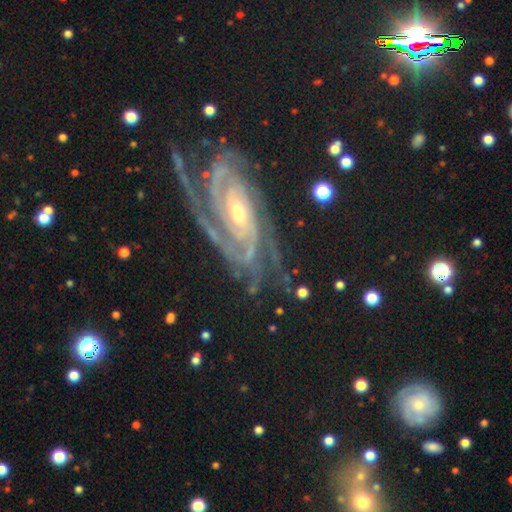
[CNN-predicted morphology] Q: Smooth or featured?
A: featured or disk (88%); runner-up: star or artifact (8%)
Q: Edge-on disk?
A: no (94%); runner-up: yes (6%)
Q: Bar?
A: no (54%); runner-up: weak (28%)
Q: Spiral arms?
A: yes (98%); runner-up: no (2%)
Q: Spiral winding?
A: tight (74%); runner-up: medium (22%)
Q: Spiral arm count?
A: 3 (25%); runner-up: 2 (21%)
Q: Bulge size?
A: small (60%); runner-up: moderate (36%)
Q: Merging?
A: none (74%); runner-up: minor disturbance (17%)